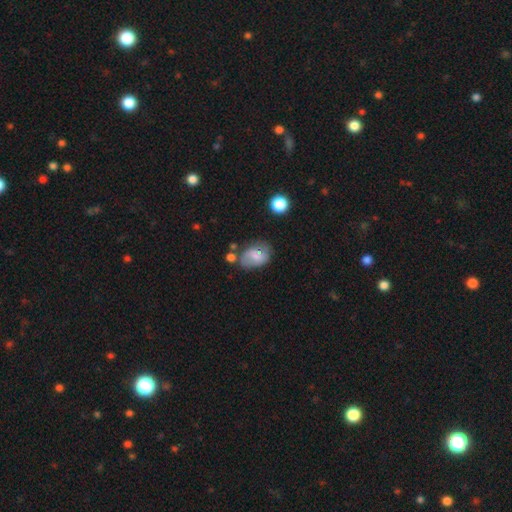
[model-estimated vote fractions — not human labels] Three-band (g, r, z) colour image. It shows a smooth galaxy with no disk features (61%) that is in between round and cigar-shaped (78%). Merging: none (51%).